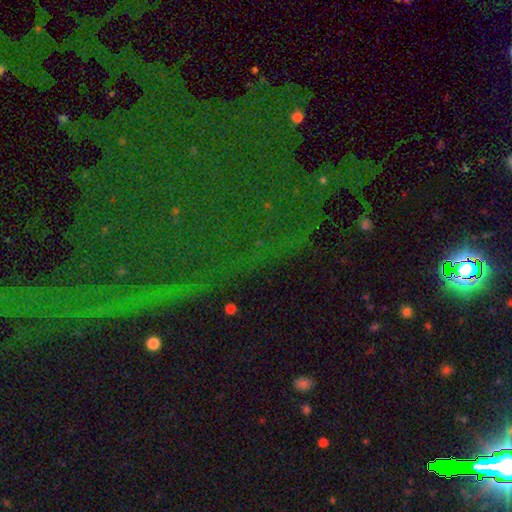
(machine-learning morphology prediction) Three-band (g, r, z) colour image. It shows a star or artifact, not a galaxy (80%).